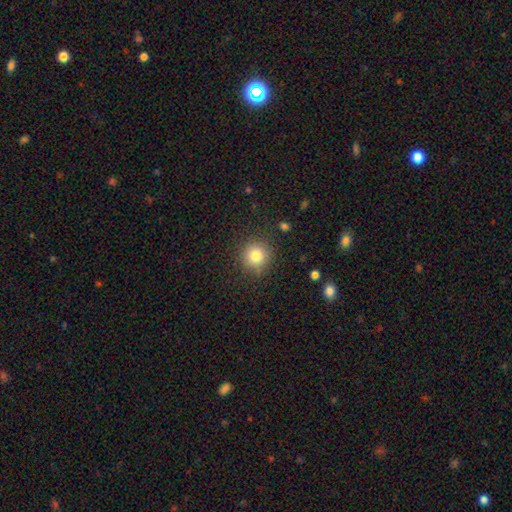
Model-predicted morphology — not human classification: This appears to be a smooth galaxy with no disk features (81%) that is round (93%). Merging: none (87%).